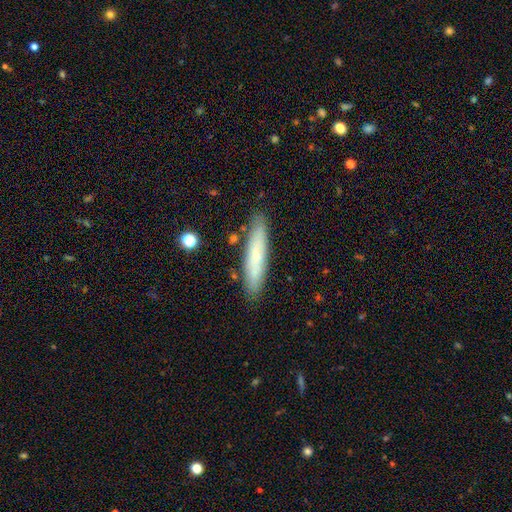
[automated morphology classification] smooth-or-featured: smooth: 67% | featured or disk: 26% | star or artifact: 7%
  how-rounded: cigar-shaped: 88% | in between: 11% | round: 1%
  merging: none: 86% | minor disturbance: 10% | merger: 2% | major disturbance: 2%